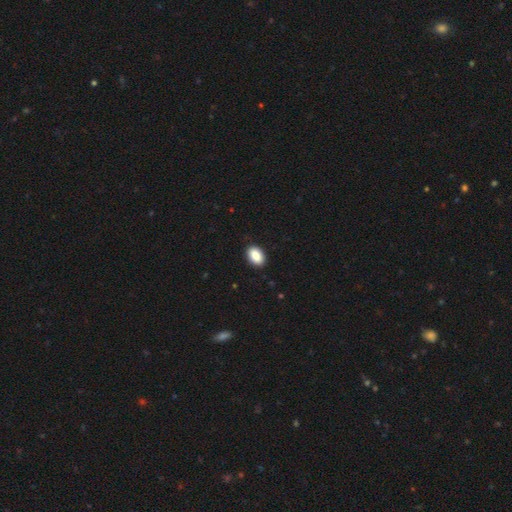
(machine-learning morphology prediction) A smooth galaxy with no disk features (89%) that is in between round and cigar-shaped (88%). Merging: none (90%).